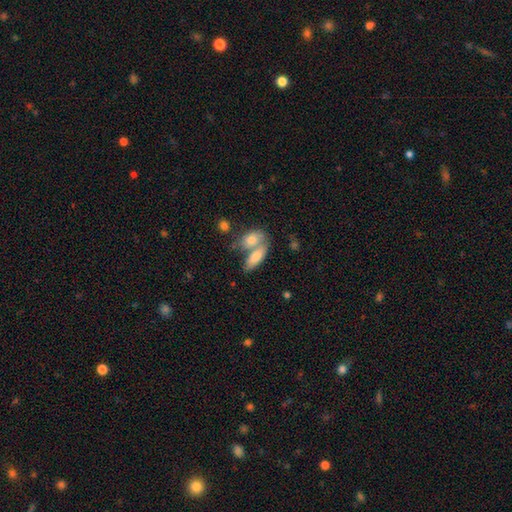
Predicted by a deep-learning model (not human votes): Q: Smooth or featured?
A: smooth (74%); runner-up: featured or disk (19%)
Q: How rounded?
A: in between (75%); runner-up: cigar-shaped (21%)
Q: Merging?
A: merger (54%); runner-up: none (33%)